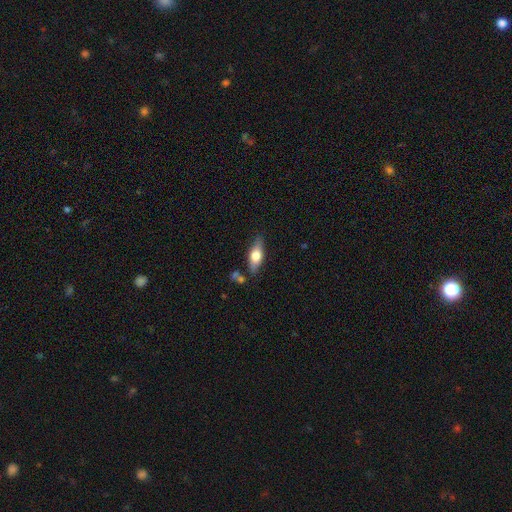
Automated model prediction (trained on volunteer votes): Overall: smooth (54%; featured or disk 40%). How rounded: in between (69%). Merging: none (77%).